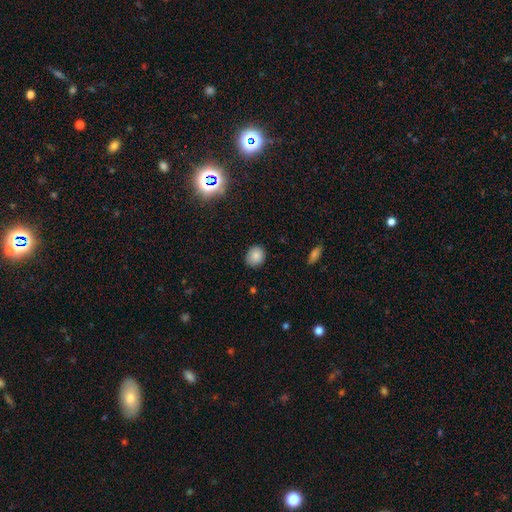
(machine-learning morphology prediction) type=smooth (84%); roundness=round (76%); merging=none (85%).